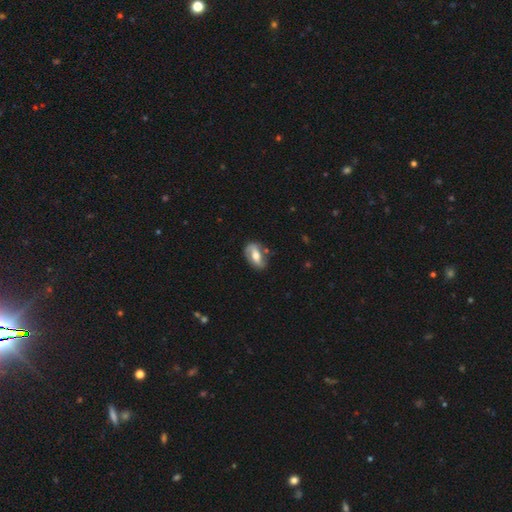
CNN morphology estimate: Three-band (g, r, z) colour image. It shows a featured or disk galaxy (60%) with a strong bar (37%), spiral arms (74%) and a moderate central bulge (70%). Merging: none (69%).